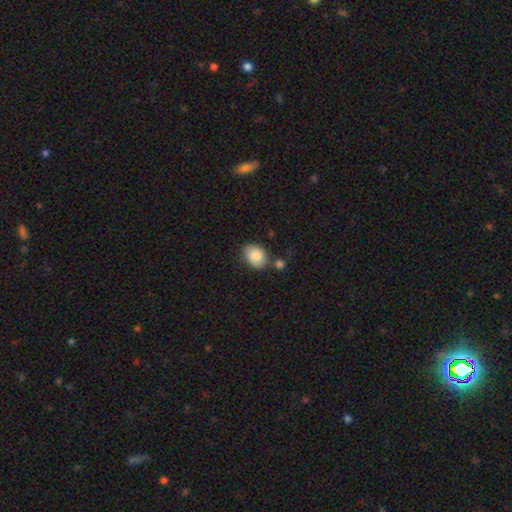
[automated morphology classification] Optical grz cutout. It shows a smooth galaxy with no disk features (87%) that is in between round and cigar-shaped (64%). Merging: none (70%).